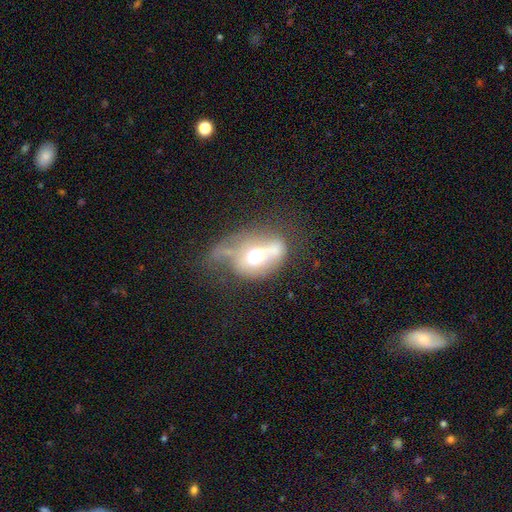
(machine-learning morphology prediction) Smooth or featured?
  - featured or disk: 51% *
  - smooth: 39%
  - star or artifact: 11%
Edge-on disk?
  - no: 92% *
  - yes: 8%
Merging?
  - major disturbance: 34% *
  - merger: 29%
  - none: 19%
  - minor disturbance: 18%